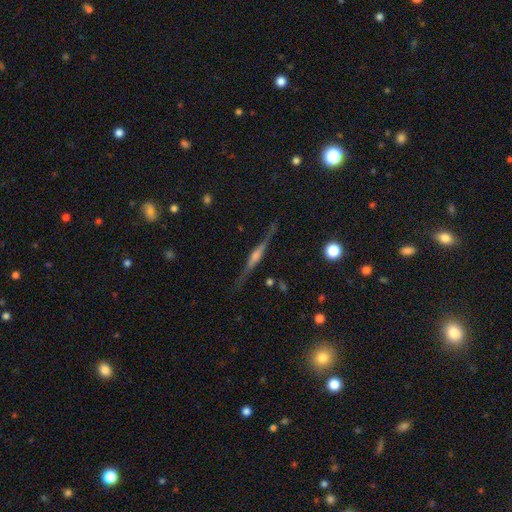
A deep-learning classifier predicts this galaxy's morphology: Smooth or featured: featured or disk — 82% (smooth — 11%)
Edge-on disk: yes — 98% (no — 2%)
Edge-on bulge: rounded — 73% (boxy — 18%)
Merging: none — 87% (minor disturbance — 9%)